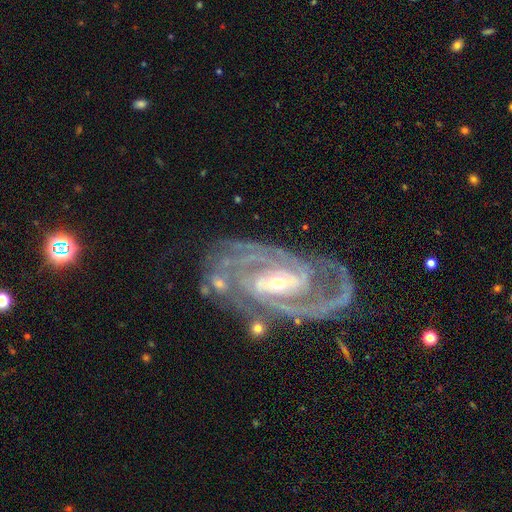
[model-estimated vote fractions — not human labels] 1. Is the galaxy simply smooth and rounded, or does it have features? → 92% featured or disk, 5% star or artifact, 3% smooth.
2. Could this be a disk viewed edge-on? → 96% no, 4% yes.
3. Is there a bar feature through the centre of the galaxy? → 39% weak, 38% strong, 23% no.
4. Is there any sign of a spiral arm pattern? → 98% yes, 2% no.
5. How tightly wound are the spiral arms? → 60% tight, 35% medium, 5% loose.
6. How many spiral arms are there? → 52% 2, 22% 3, 10% can't tell, 8% 4, 5% more than 4, 5% 1.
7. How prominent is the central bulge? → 61% small, 35% moderate, 2% large, 1% none, 1% dominant.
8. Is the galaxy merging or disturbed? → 73% none, 17% minor disturbance, 7% major disturbance, 3% merger.